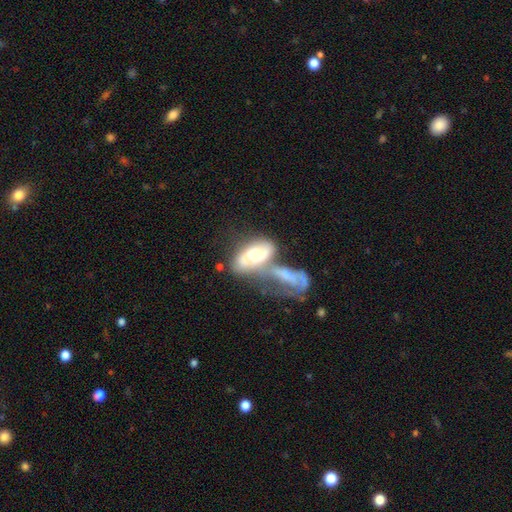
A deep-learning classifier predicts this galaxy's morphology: This is possibly a featured or disk galaxy (53%). It is clearly not viewed edge-on (92%). Merging: likely merger (64%).